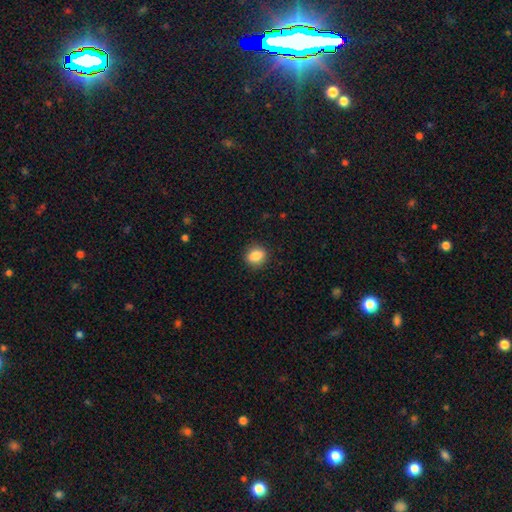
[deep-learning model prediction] Smooth or featured: smooth — 87% (star or artifact — 9%)
How rounded: round — 59% (in between — 40%)
Merging: none — 87% (minor disturbance — 10%)